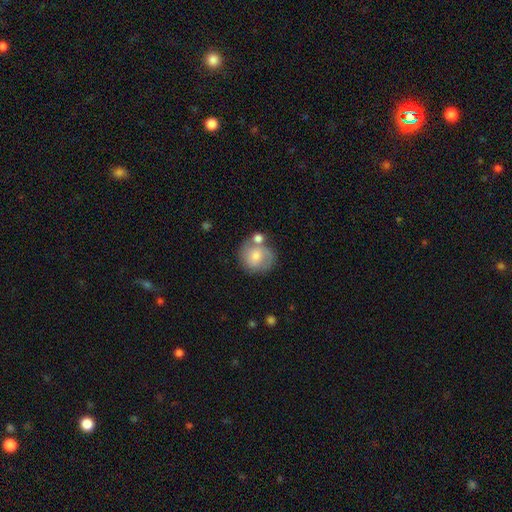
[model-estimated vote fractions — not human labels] This is possibly a smooth galaxy (58%). How rounded: clearly round (85%). Merging: possibly none (54%).